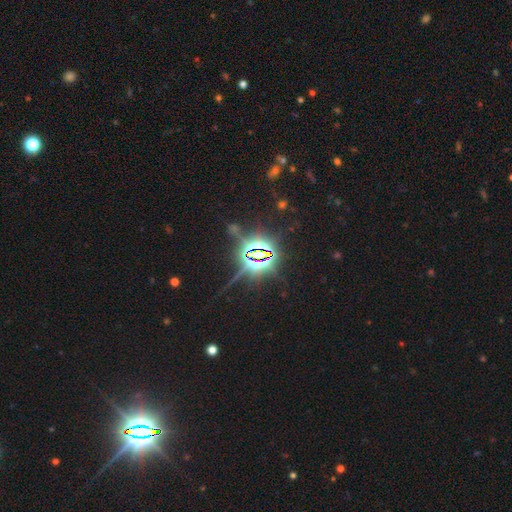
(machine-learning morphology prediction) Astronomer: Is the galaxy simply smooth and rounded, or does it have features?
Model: star or artifact — 83%.